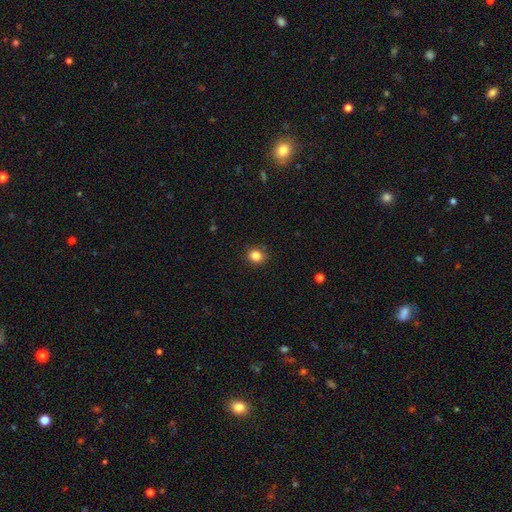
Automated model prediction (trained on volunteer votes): smooth 84%, star or artifact 12%, featured or disk 4%. Down the decision tree: how rounded — round (83%); merging — none (89%).